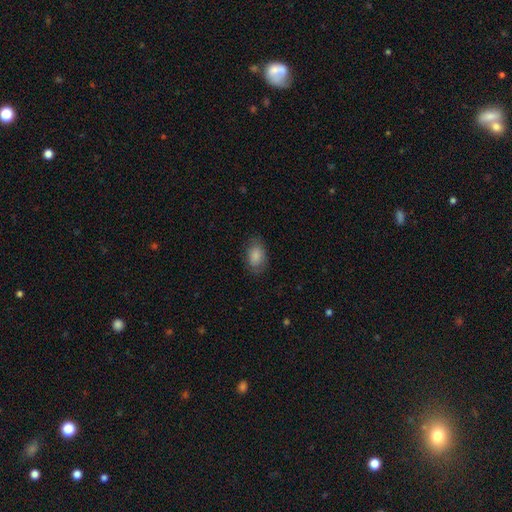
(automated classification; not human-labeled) Overall: smooth (85%). How rounded: in between (87%). Merging: none (78%).